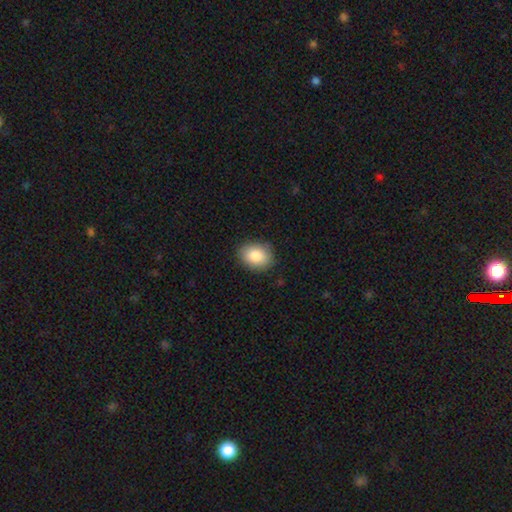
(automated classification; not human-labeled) Smooth or featured? smooth (85%)
How rounded? in between (61%)
Merging? none (87%)